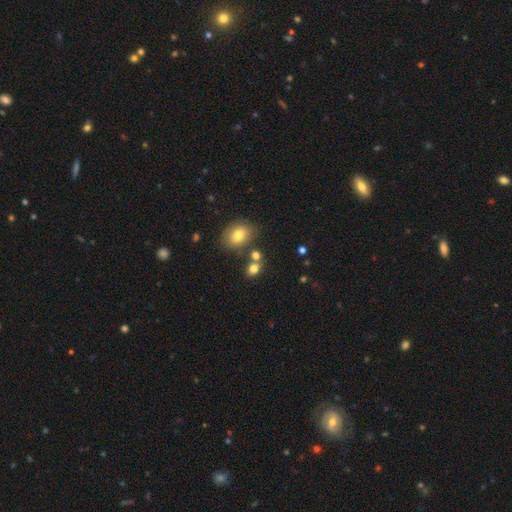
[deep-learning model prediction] smooth-or-featured: smooth: 77% | star or artifact: 14% | featured or disk: 9%
  how-rounded: round: 51% | in between: 48% | cigar-shaped: 2%
  merging: none: 63% | merger: 22% | minor disturbance: 11% | major disturbance: 4%